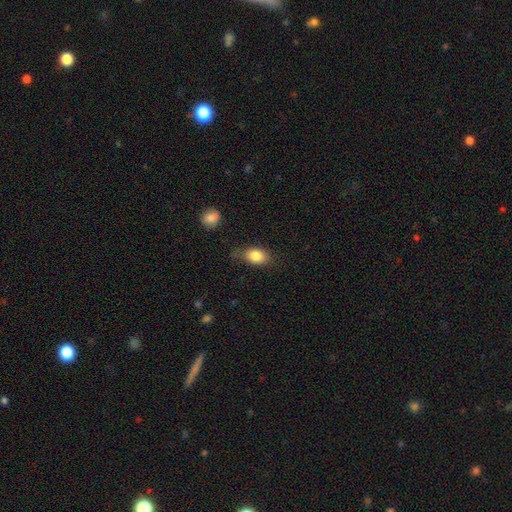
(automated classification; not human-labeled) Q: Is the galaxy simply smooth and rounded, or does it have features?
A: smooth — 83%.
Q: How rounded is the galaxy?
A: in between — 79%.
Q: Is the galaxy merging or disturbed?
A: none — 63%.